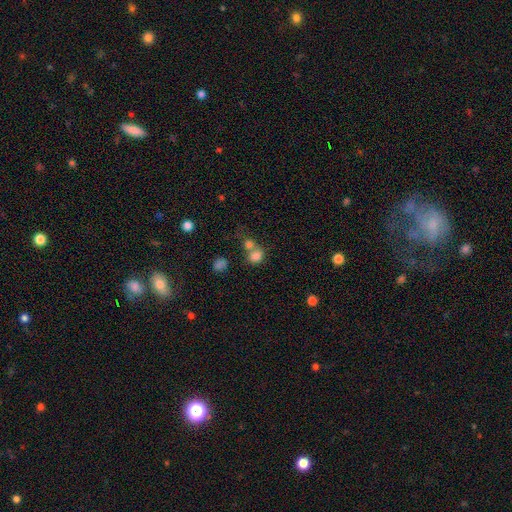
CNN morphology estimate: smooth-or-featured: smooth: 79% | star or artifact: 13% | featured or disk: 8%
  how-rounded: round: 62% | in between: 37% | cigar-shaped: 1%
  merging: merger: 48% | none: 39% | minor disturbance: 9% | major disturbance: 5%